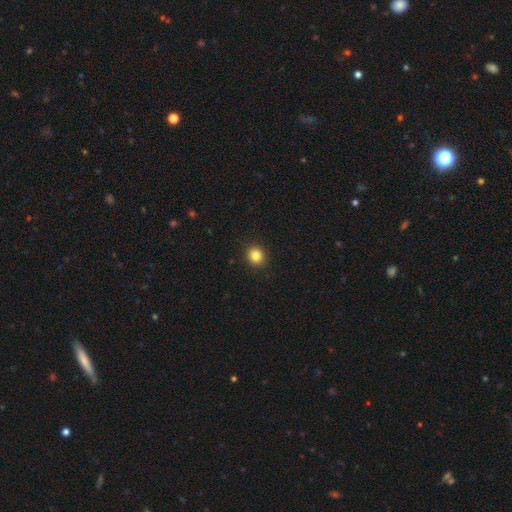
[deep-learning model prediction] This appears to be a smooth galaxy with no disk features (84%) that is round (83%). Merging: none (92%).